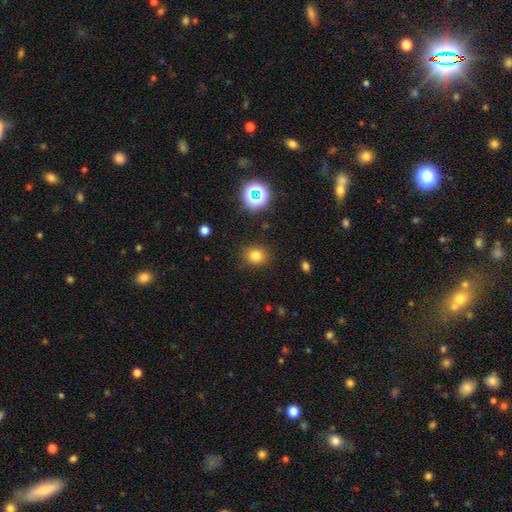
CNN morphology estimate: smooth 78%, star or artifact 16%, featured or disk 6%. Down the decision tree: how rounded — round (70%); merging — none (87%).